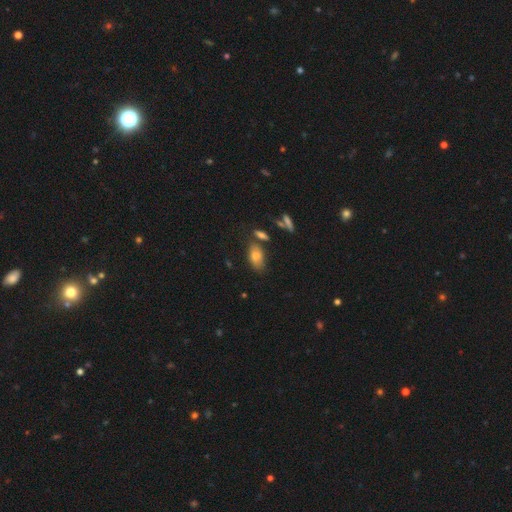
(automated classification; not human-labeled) smooth_or_featured: smooth (p=0.73) [alt: featured or disk p=0.15]
how_rounded: in between (p=0.88) [alt: cigar-shaped p=0.06]
merging: none (p=0.64) [alt: minor disturbance p=0.19]